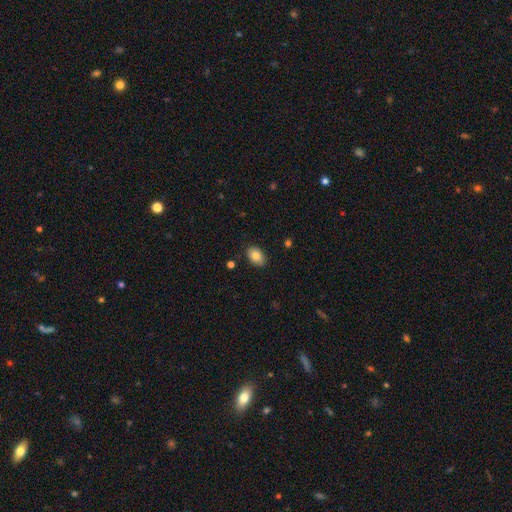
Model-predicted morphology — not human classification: A smooth galaxy with no disk features (83%) that is in between round and cigar-shaped (87%).

Vote fractions:
- Smooth or featured? smooth: 83% / featured or disk: 9% / star or artifact: 7%
- How rounded? in between: 87% / round: 12% / cigar-shaped: 1%
- Merging? none: 87% / minor disturbance: 9% / major disturbance: 2% / merger: 1%